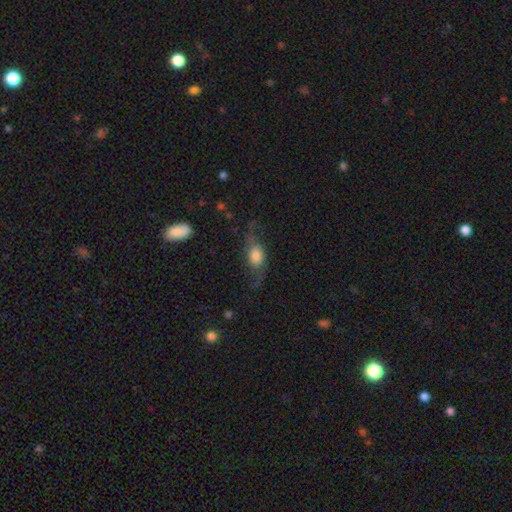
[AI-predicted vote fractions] A smooth galaxy with no disk features (53%) that is in between round and cigar-shaped (71%). Merging: none (51%).